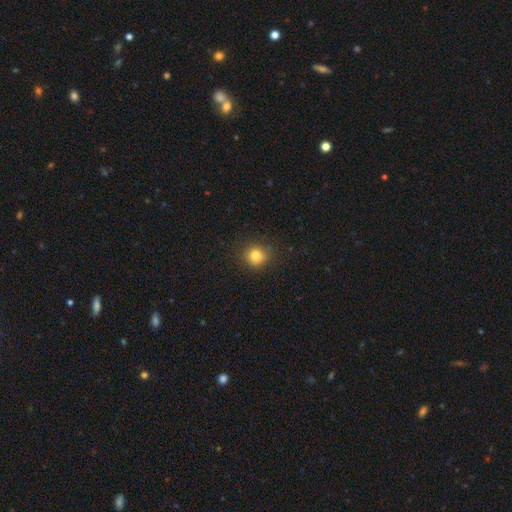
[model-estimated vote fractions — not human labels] A smooth galaxy with no disk features (82%) that is round (85%).

Vote fractions:
- Smooth or featured? smooth: 82% / star or artifact: 12% / featured or disk: 6%
- How rounded? round: 85% / in between: 14% / cigar-shaped: 1%
- Merging? none: 86% / minor disturbance: 10% / major disturbance: 3% / merger: 1%